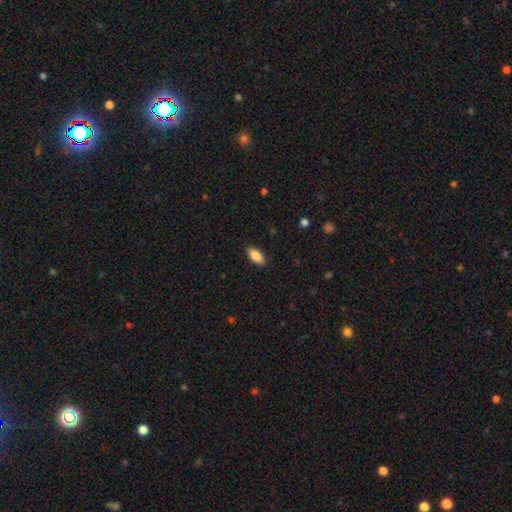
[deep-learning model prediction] smooth-or-featured: smooth: 87% | star or artifact: 7% | featured or disk: 6%
  how-rounded: in between: 91% | cigar-shaped: 7% | round: 2%
  merging: none: 88% | minor disturbance: 9% | major disturbance: 2% | merger: 1%